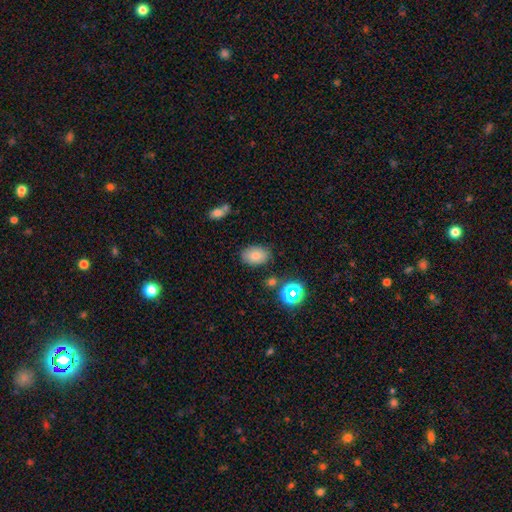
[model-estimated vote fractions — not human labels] Overall: smooth (77%). How rounded: in between (81%). Merging: none (80%).